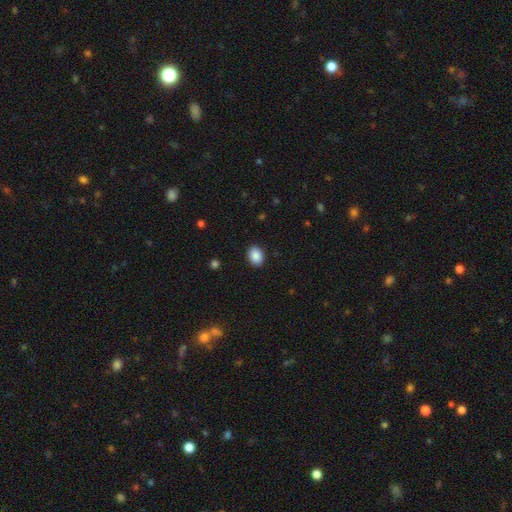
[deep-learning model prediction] The model was most divided on "how rounded": in between: 65%, round: 35%, cigar-shaped: 1%. More confident: merging — none (90%); smooth or featured — smooth (89%).